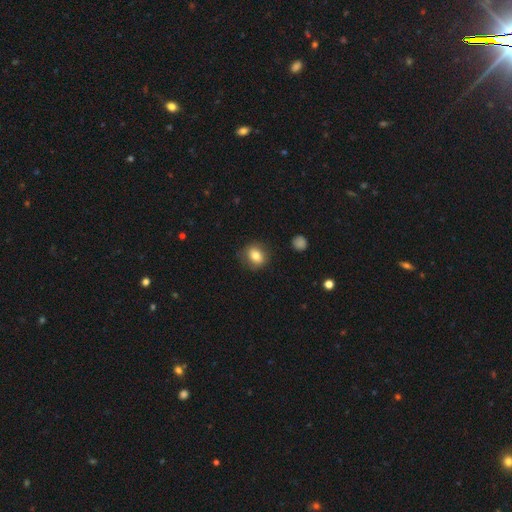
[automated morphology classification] Smooth or featured? Predicted: smooth (p=0.79). How rounded? Predicted: round (p=0.56). Merging? Predicted: none (p=0.80).